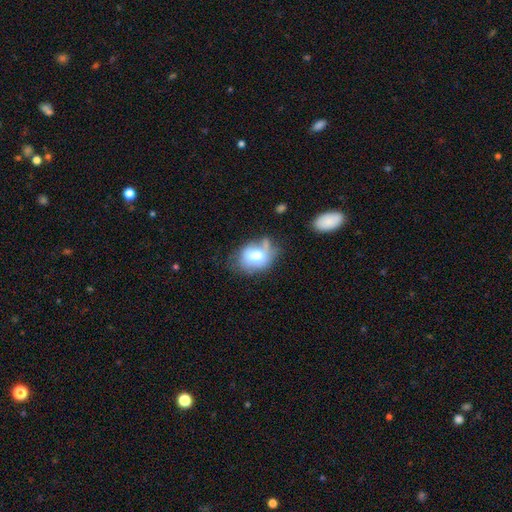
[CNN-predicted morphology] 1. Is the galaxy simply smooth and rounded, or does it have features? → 69% smooth, 23% featured or disk, 9% star or artifact.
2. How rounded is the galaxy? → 66% in between, 33% round, 1% cigar-shaped.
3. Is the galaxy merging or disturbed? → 37% none, 32% minor disturbance, 19% major disturbance, 12% merger.